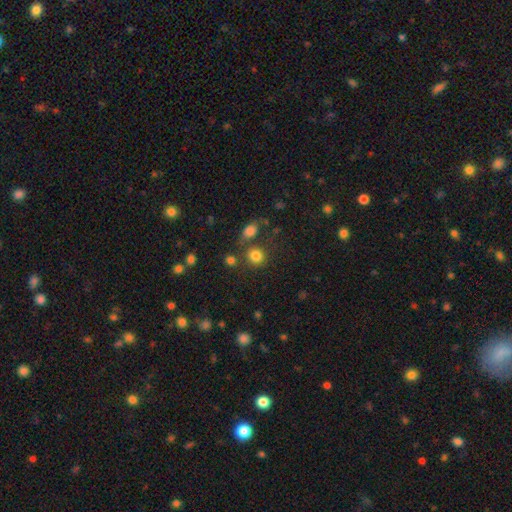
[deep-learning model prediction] Overall: smooth (81%). How rounded: round (81%). Merging: none (70%).